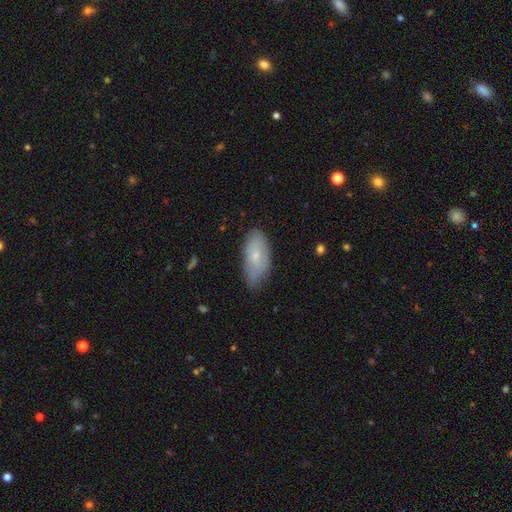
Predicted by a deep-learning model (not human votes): Smooth or featured: smooth — 67% (featured or disk — 26%)
How rounded: in between — 90% (cigar-shaped — 7%)
Merging: none — 66% (minor disturbance — 27%)